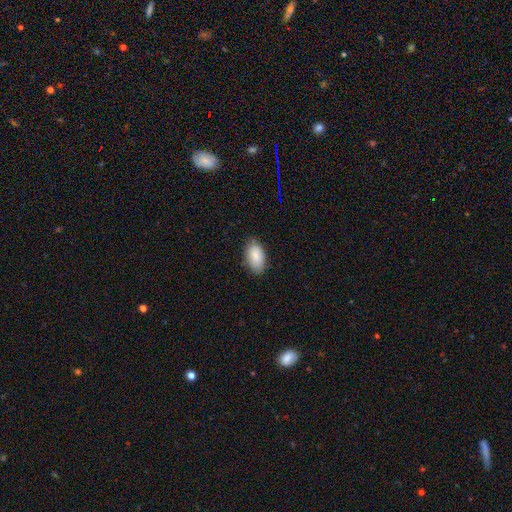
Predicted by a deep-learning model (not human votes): The model was most divided on "merging": none: 77%, minor disturbance: 18%, major disturbance: 3%, merger: 1%. More confident: how rounded — in between (94%); smooth or featured — smooth (87%).